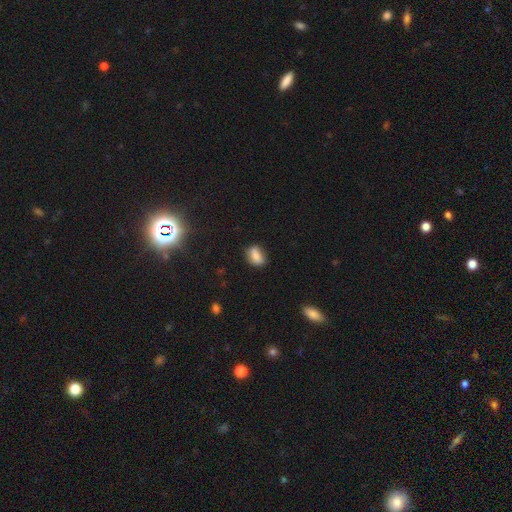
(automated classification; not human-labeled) Smooth or featured? smooth (81%)
How rounded? in between (77%)
Merging? none (68%)